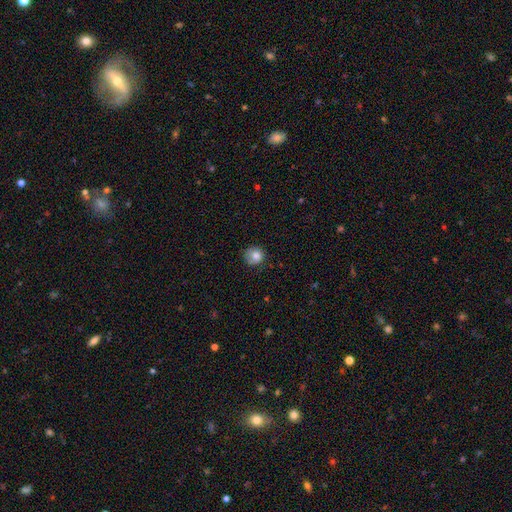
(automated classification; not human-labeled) Morphology: type=smooth (80%); roundness=round (90%); merging=none (75%).